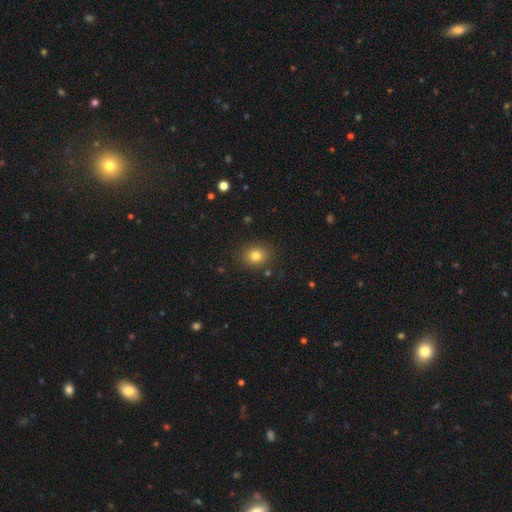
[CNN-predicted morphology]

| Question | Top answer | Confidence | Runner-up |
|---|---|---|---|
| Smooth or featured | smooth | 79% | star or artifact (13%) |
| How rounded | round | 64% | in between (35%) |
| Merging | none | 86% | minor disturbance (9%) |